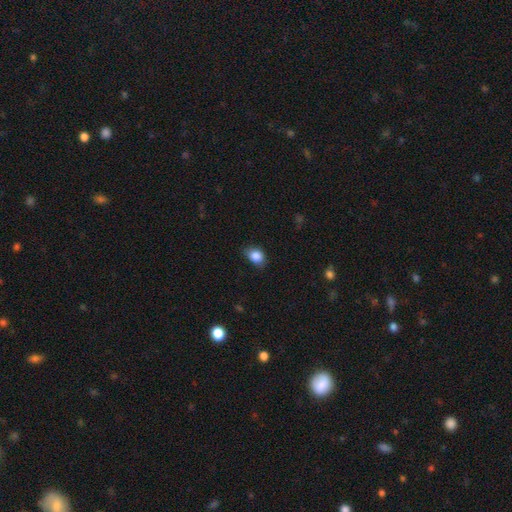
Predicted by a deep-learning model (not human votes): This appears to be a smooth galaxy with no disk features (86%) that is in between round and cigar-shaped (62%). Merging: none (65%).